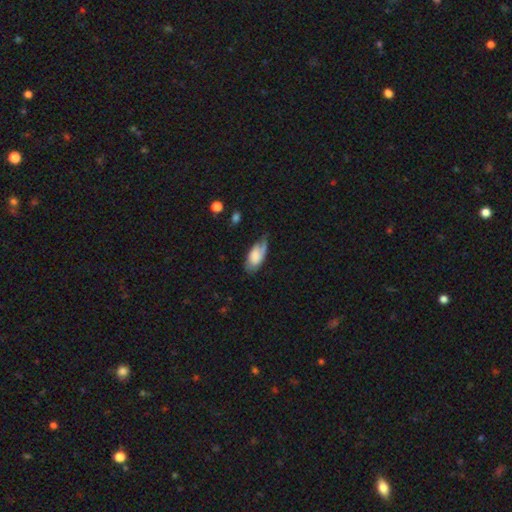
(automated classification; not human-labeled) Morphology: type=smooth (66%); roundness=in between (91%); merging=none (45%).